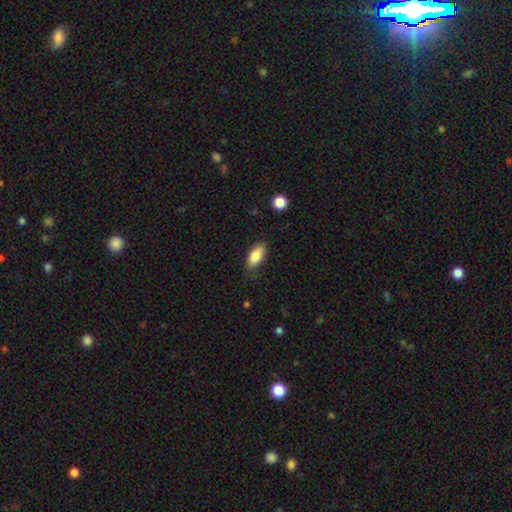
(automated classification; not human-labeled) Smooth or featured? Predicted: smooth (p=0.83). How rounded? Predicted: in between (p=0.87). Merging? Predicted: none (p=0.77).